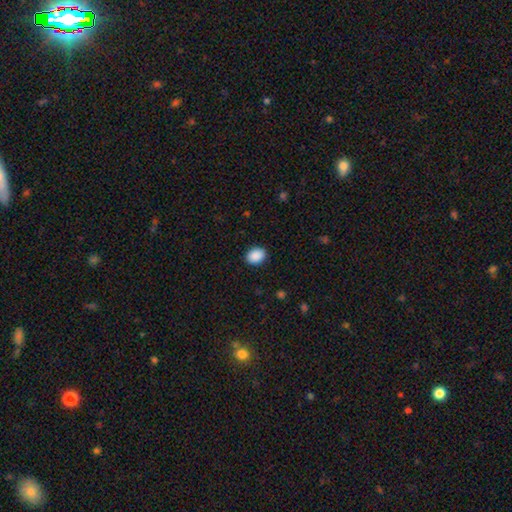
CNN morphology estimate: Overall: smooth (90%). How rounded: in between (63%; round 36%). Merging: none (89%).